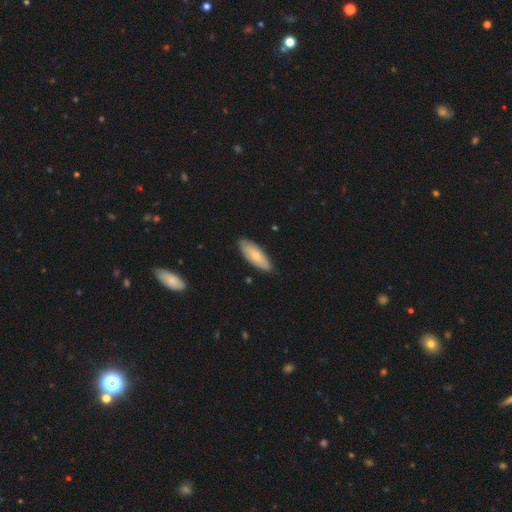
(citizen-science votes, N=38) Smooth or featured? smooth (66%)
How rounded? in between (84%)
Merging? none (79%)